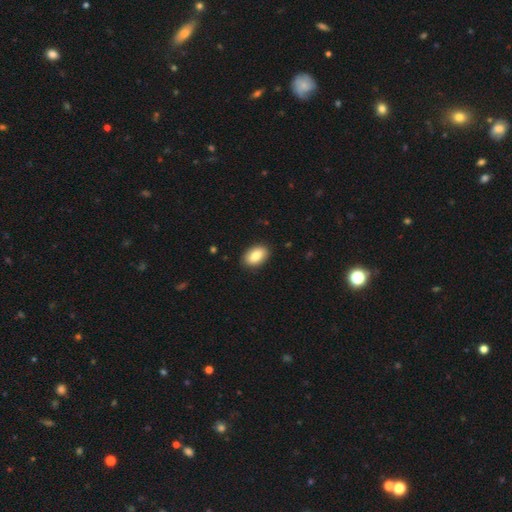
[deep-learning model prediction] A smooth galaxy with no disk features (84%) that is in between round and cigar-shaped (91%).

Vote fractions:
- Smooth or featured? smooth: 84% / featured or disk: 9% / star or artifact: 7%
- How rounded? in between: 91% / round: 8% / cigar-shaped: 1%
- Merging? none: 89% / minor disturbance: 8% / major disturbance: 2% / merger: 1%